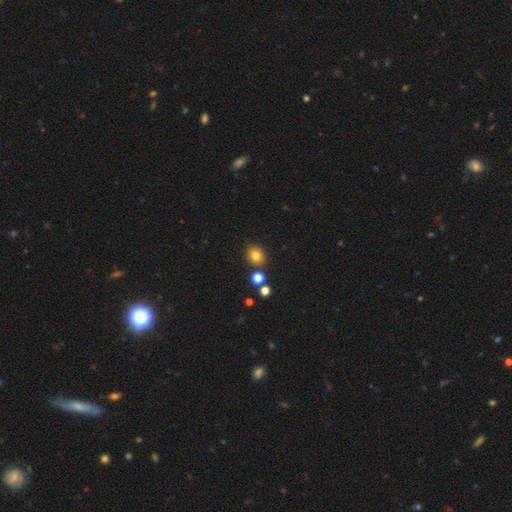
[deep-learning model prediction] A smooth galaxy with no disk features (79%) that is round (70%). Merging: none (82%).